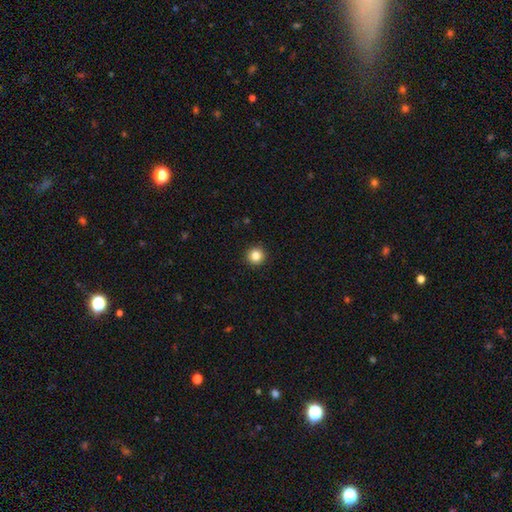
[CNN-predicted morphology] This is clearly a smooth galaxy (84%). How rounded: clearly round (95%). Merging: clearly none (93%).